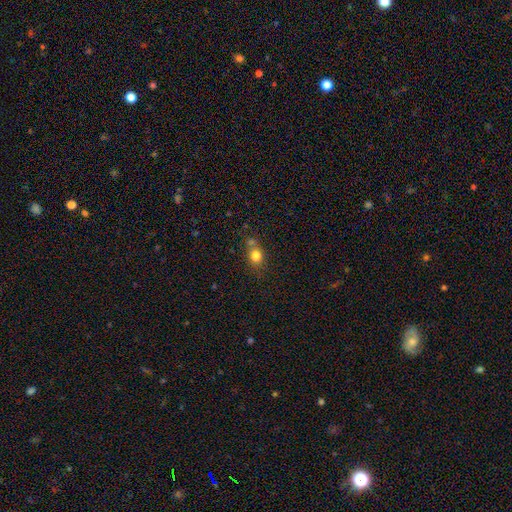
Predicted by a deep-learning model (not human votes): smooth_or_featured: smooth (p=0.80) [alt: star or artifact p=0.11]
how_rounded: round (p=0.66) [alt: in between p=0.33]
merging: none (p=0.55) [alt: merger p=0.26]